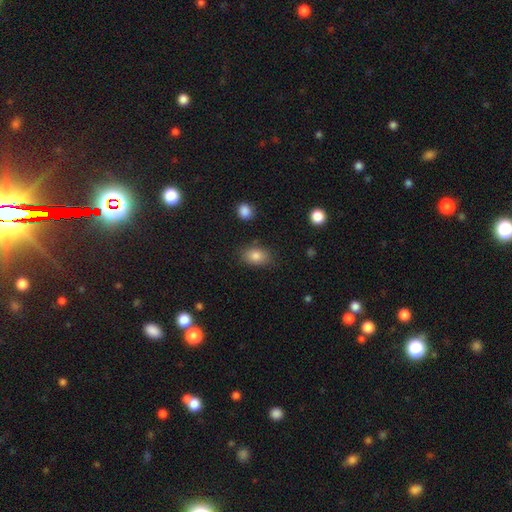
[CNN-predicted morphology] This appears to be a smooth galaxy with no disk features (83%) that is in between round and cigar-shaped (82%). Merging: none (80%).